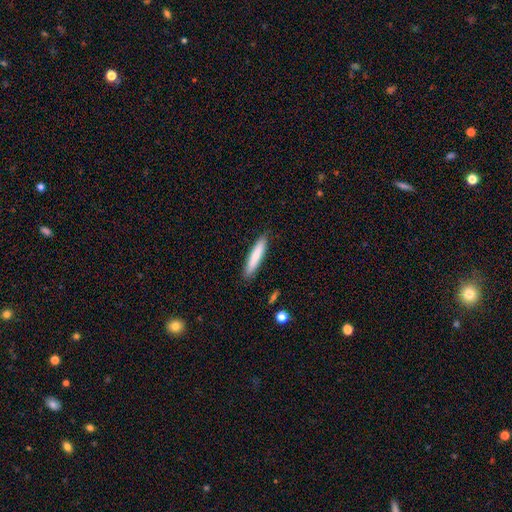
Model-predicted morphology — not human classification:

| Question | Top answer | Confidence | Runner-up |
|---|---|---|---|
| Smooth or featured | smooth | 80% | featured or disk (14%) |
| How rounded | cigar-shaped | 90% | in between (9%) |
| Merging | none | 89% | minor disturbance (8%) |